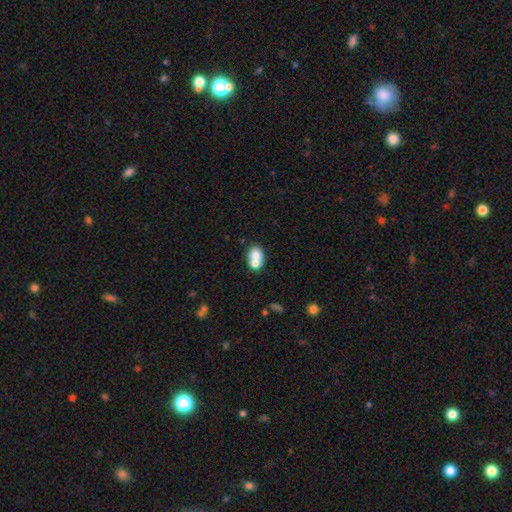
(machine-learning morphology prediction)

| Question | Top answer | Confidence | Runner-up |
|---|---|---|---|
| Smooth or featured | smooth | 72% | featured or disk (18%) |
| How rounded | round | 56% | in between (43%) |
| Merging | merger | 61% | none (30%) |